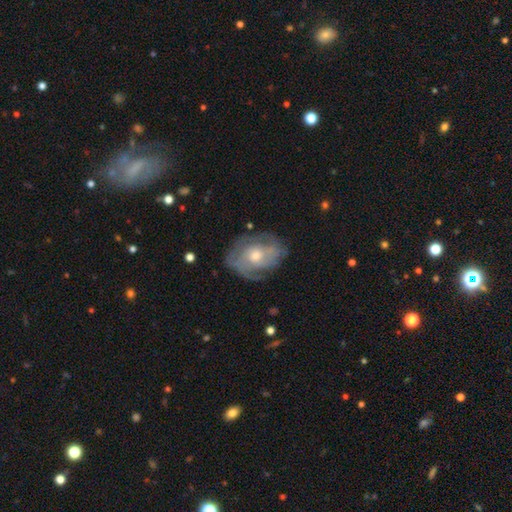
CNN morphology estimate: A featured or disk galaxy (71%) with no bar (77%), tight (52%) spiral arms (76%) and a moderate central bulge (65%). Merging: none (68%).